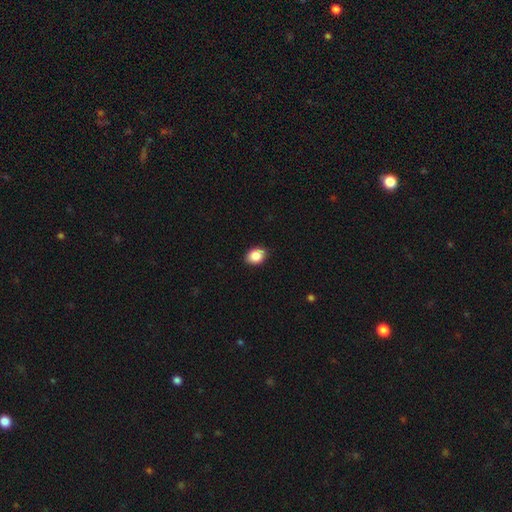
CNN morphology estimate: Smooth or featured: smooth — 85% (star or artifact — 8%)
How rounded: in between — 72% (round — 27%)
Merging: none — 86% (minor disturbance — 11%)